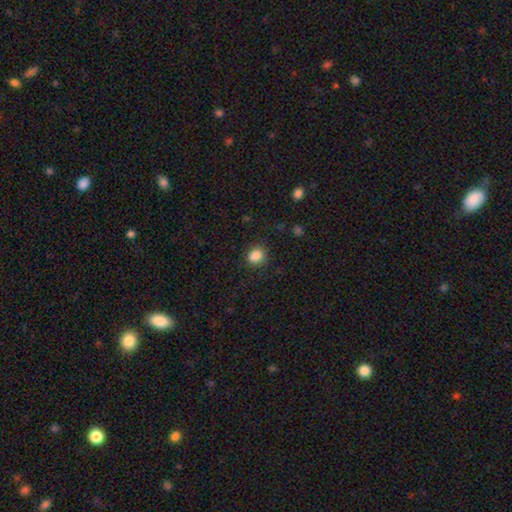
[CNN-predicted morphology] Smooth or featured: smooth — 86% (star or artifact — 10%)
How rounded: round — 60% (in between — 39%)
Merging: none — 82% (minor disturbance — 13%)